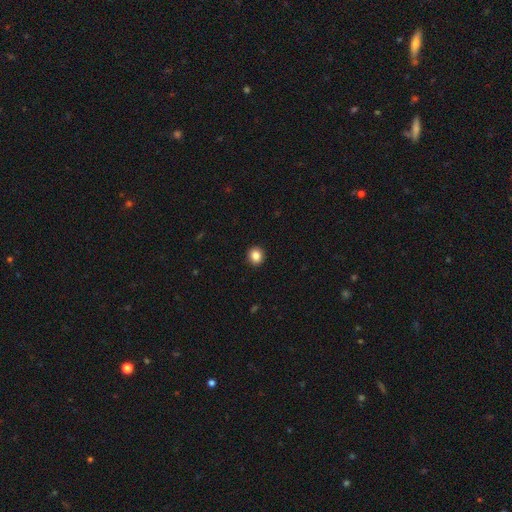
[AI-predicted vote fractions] This is clearly a smooth galaxy (86%). How rounded: clearly round (84%). Merging: clearly none (93%).